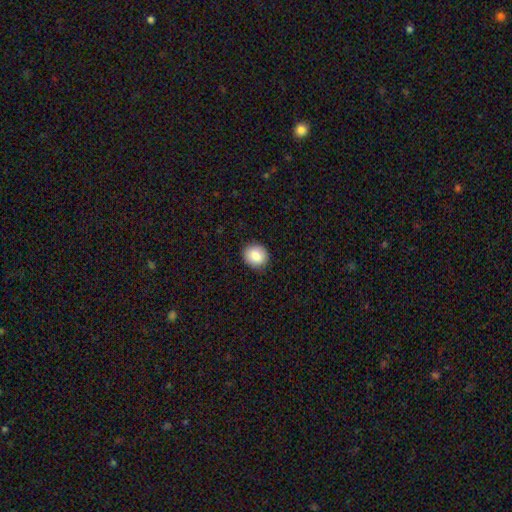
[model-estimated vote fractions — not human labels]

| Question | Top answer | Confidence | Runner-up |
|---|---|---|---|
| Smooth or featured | smooth | 84% | star or artifact (8%) |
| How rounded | round | 81% | in between (18%) |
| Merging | none | 91% | minor disturbance (7%) |